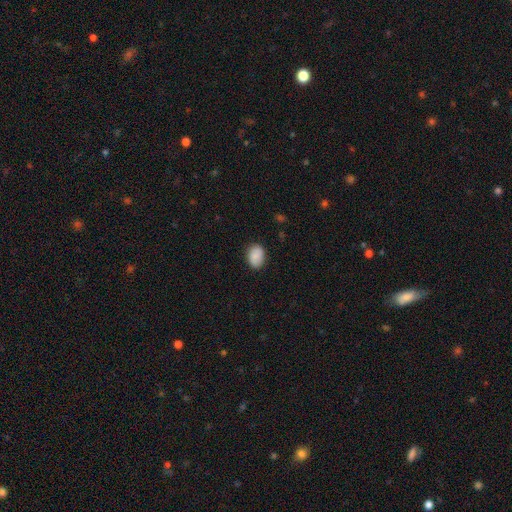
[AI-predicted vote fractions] Smooth or featured: smooth — 88% (star or artifact — 7%)
How rounded: in between — 74% (round — 25%)
Merging: none — 84% (minor disturbance — 12%)